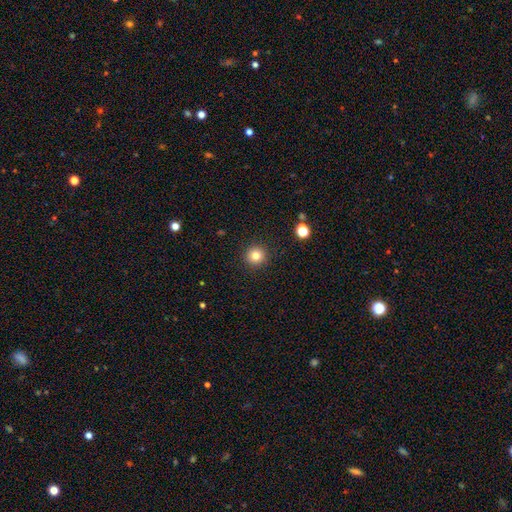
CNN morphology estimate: The model was most divided on "smooth or featured": smooth: 81%, star or artifact: 12%, featured or disk: 7%. More confident: how rounded — round (95%); merging — none (92%).